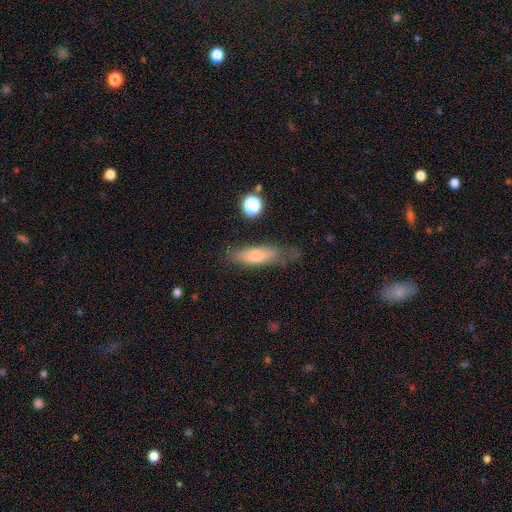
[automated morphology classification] A smooth galaxy with no disk features (68%) that is cigar-shaped (51%).

Vote fractions:
- Smooth or featured? smooth: 68% / featured or disk: 23% / star or artifact: 9%
- How rounded? cigar-shaped: 51% / in between: 46% / round: 3%
- Merging? none: 60% / minor disturbance: 26% / major disturbance: 11% / merger: 3%